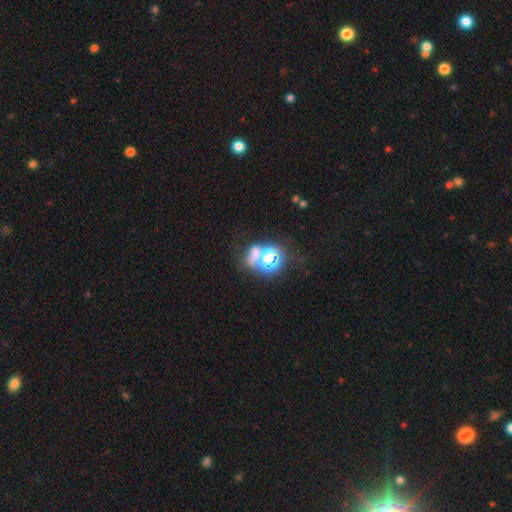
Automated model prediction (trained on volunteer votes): A star or artifact, not a galaxy (50%).